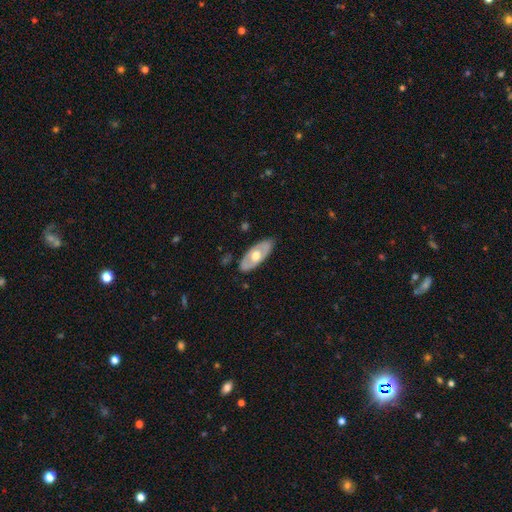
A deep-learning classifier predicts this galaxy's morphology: Smooth or featured? featured or disk (52%)
Edge-on disk? no (77%)
Merging? none (84%)